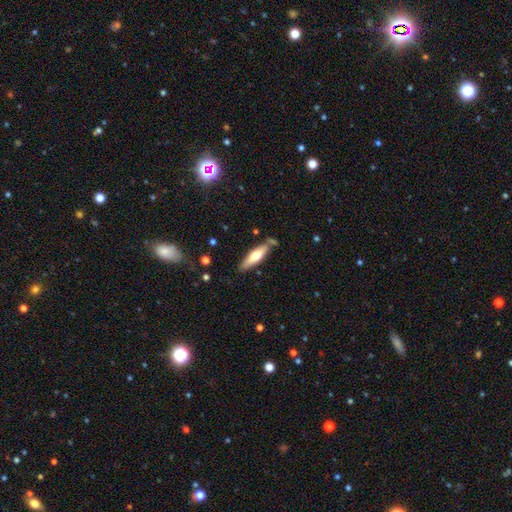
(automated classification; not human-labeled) Overall: smooth (58%; featured or disk 37%). How rounded: cigar-shaped (70%). Merging: none (75%).